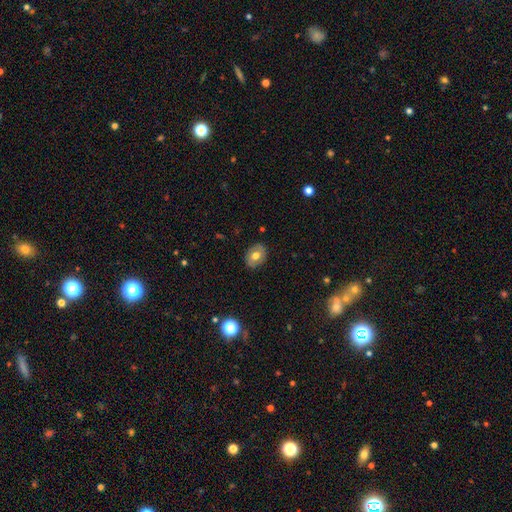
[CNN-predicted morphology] Smooth or featured: smooth — 62% (featured or disk — 30%)
How rounded: in between — 59% (round — 40%)
Merging: none — 86% (minor disturbance — 11%)